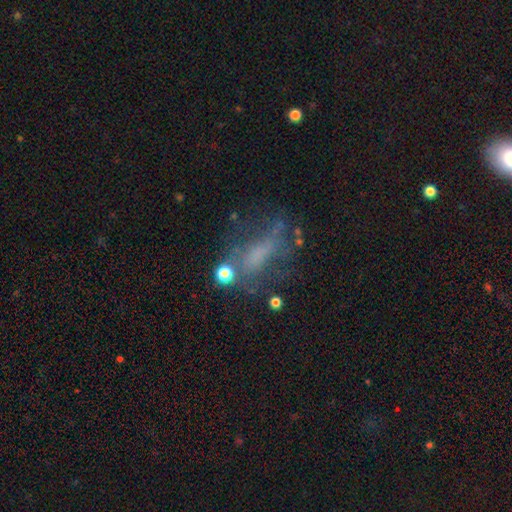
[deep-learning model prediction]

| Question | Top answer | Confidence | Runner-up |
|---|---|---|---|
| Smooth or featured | featured or disk | 43% | smooth (36%) |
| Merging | none | 46% | major disturbance (26%) |